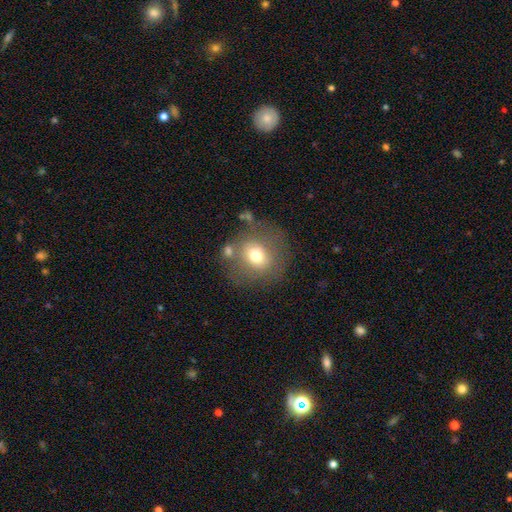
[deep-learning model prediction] Overall: smooth (68%). How rounded: round (70%). Merging: none (64%).